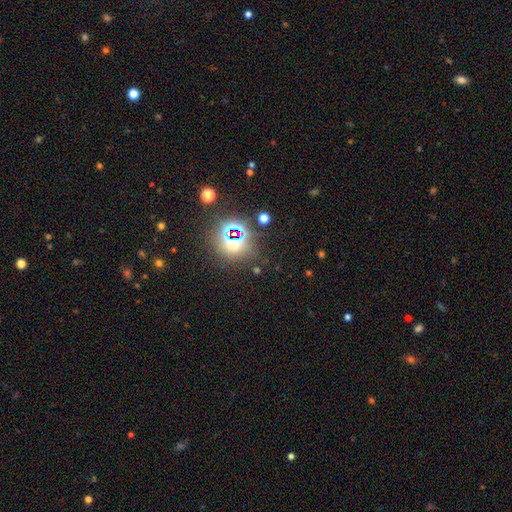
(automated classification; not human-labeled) Smooth or featured? Predicted: star or artifact (p=0.73).